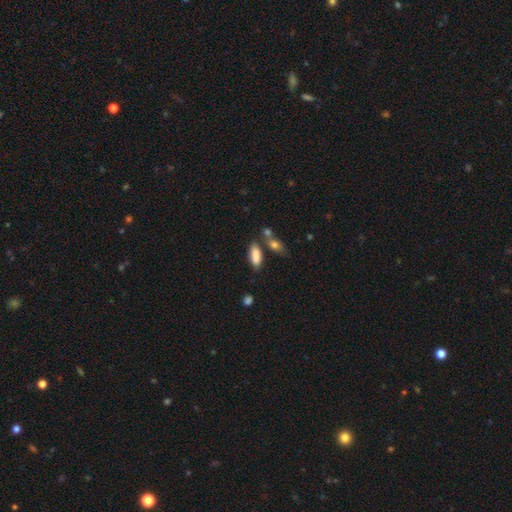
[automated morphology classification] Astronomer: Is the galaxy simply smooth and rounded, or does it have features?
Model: smooth — 86%.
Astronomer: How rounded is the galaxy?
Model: in between — 72%.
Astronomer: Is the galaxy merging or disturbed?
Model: none — 66%.